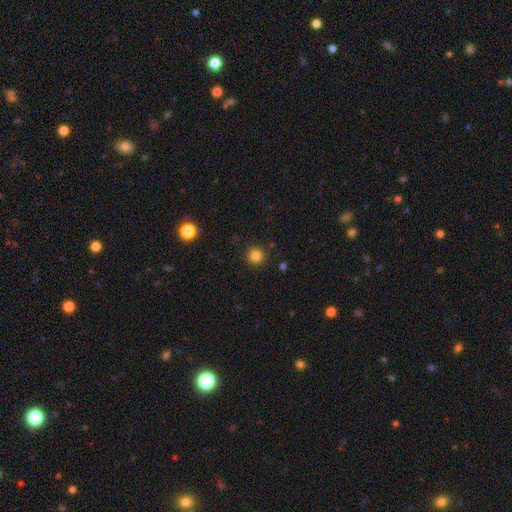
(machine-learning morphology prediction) This is clearly a smooth galaxy (84%). How rounded: clearly round (95%). Merging: clearly none (90%).